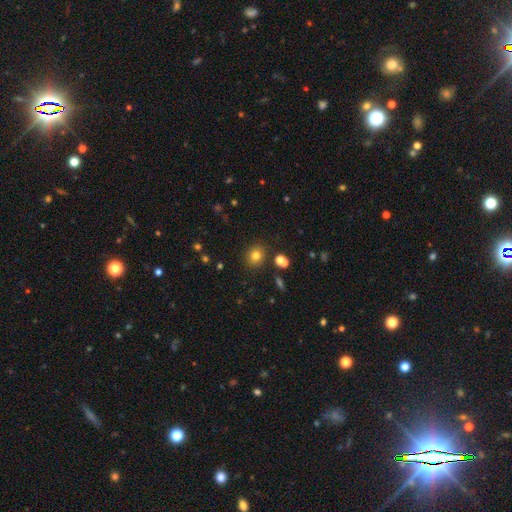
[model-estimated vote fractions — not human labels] This is likely a smooth galaxy (78%). How rounded: likely round (77%). Merging: clearly none (85%).